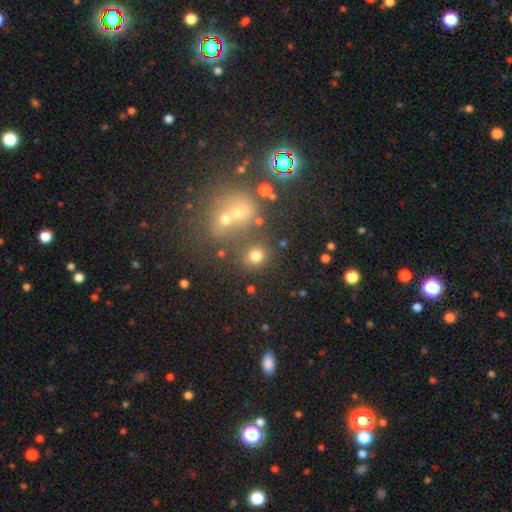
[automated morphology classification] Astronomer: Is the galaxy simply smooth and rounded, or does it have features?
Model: smooth — 74%.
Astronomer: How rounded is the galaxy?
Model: round — 83%.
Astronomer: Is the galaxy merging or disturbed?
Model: none — 69%.